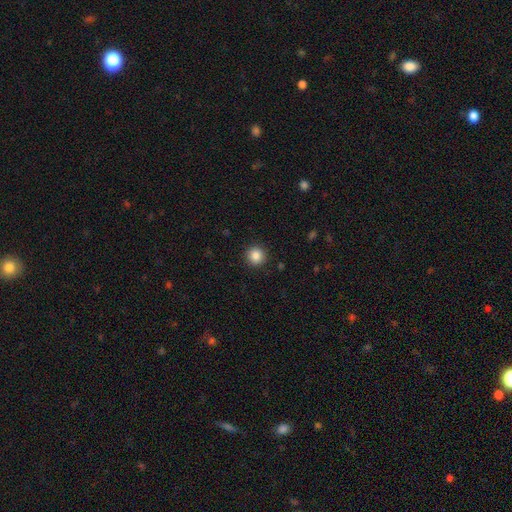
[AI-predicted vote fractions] Morphology: type=smooth (86%); roundness=round (95%); merging=none (92%).